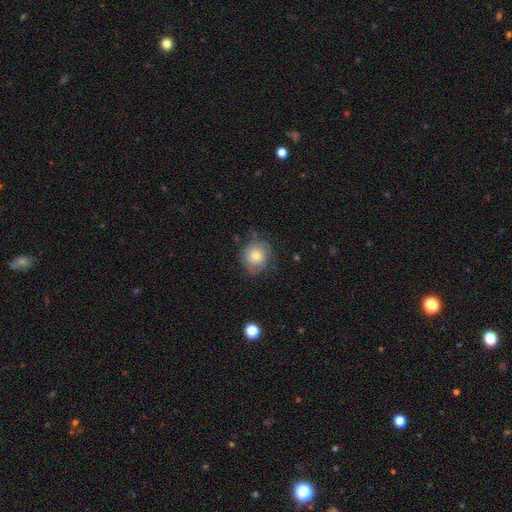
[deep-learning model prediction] Smooth or featured?
  - smooth: 68% *
  - featured or disk: 24%
  - star or artifact: 9%
How rounded?
  - round: 84% *
  - in between: 15%
  - cigar-shaped: 1%
Merging?
  - none: 68% *
  - minor disturbance: 22%
  - major disturbance: 8%
  - merger: 2%